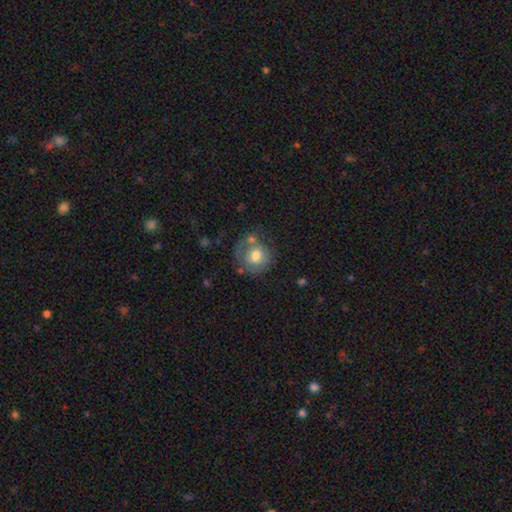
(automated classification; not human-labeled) Overall: smooth (65%; featured or disk 26%). How rounded: round (86%). Merging: none (51%; minor disturbance 20%).